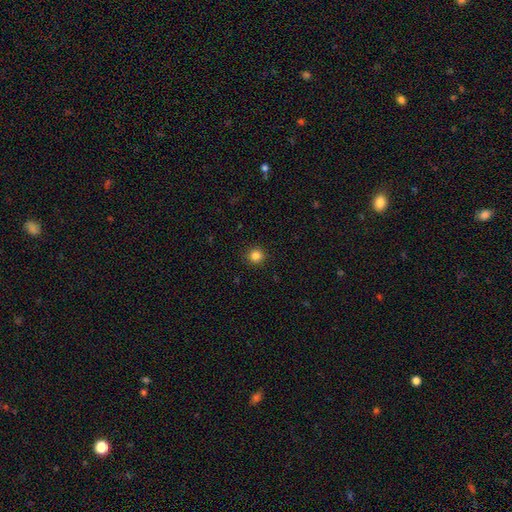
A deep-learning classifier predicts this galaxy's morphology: type=smooth (84%); roundness=round (95%); merging=none (92%).